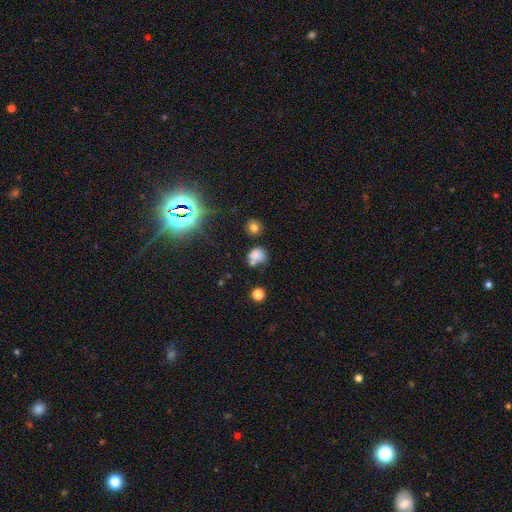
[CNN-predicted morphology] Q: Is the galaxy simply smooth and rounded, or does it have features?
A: smooth — 69%.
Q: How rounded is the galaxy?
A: round — 69%.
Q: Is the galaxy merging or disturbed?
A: none — 49%.